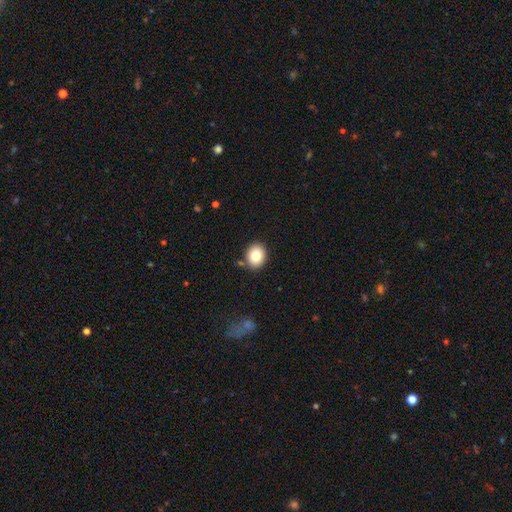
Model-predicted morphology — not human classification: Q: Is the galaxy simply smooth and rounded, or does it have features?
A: smooth — 82%.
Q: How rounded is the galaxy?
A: round — 57%.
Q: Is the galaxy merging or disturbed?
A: none — 85%.